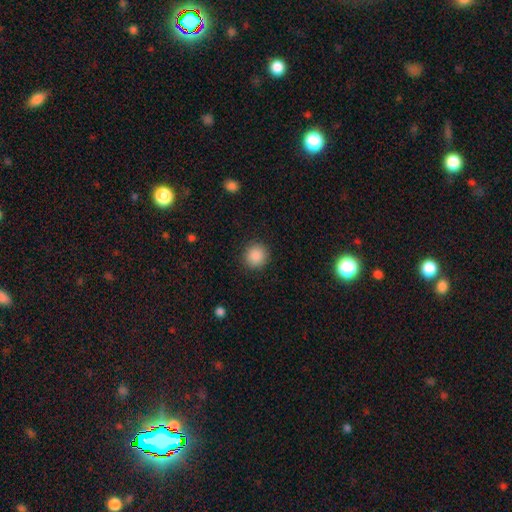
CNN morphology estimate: type=smooth (88%); roundness=round (91%); merging=none (90%).